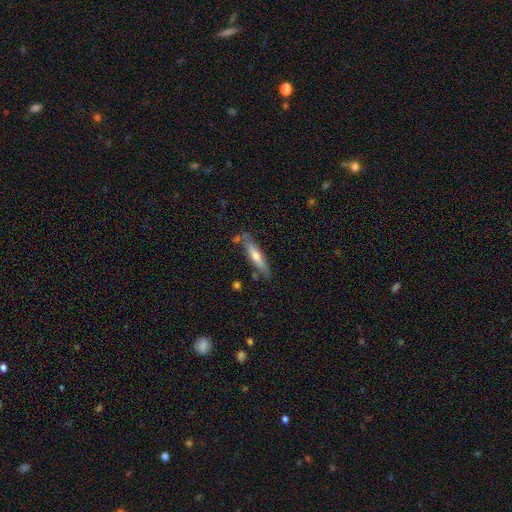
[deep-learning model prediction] The model was most divided on "smooth or featured": smooth: 53%, featured or disk: 41%, star or artifact: 6%. More confident: how rounded — cigar-shaped (82%); merging — none (75%).